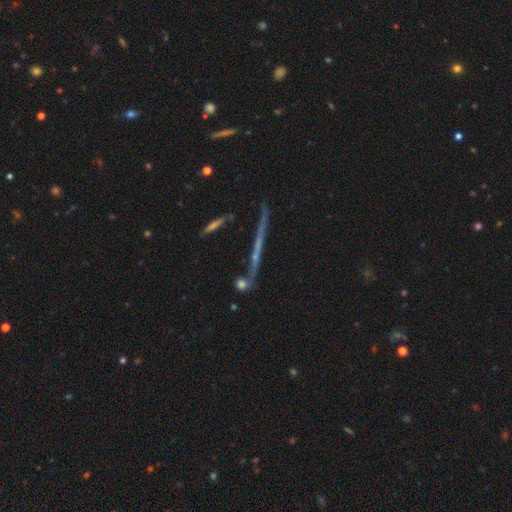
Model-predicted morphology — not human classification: A featured or disk galaxy (60%) viewed edge-on (88%) with no central bulge (71%). Merging: none (68%).